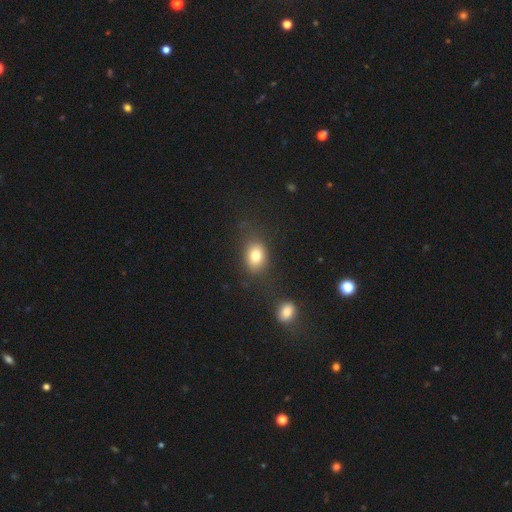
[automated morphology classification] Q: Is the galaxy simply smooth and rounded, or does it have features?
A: smooth — 79%.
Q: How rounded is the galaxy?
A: in between — 66%.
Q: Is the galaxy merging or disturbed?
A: none — 71%.